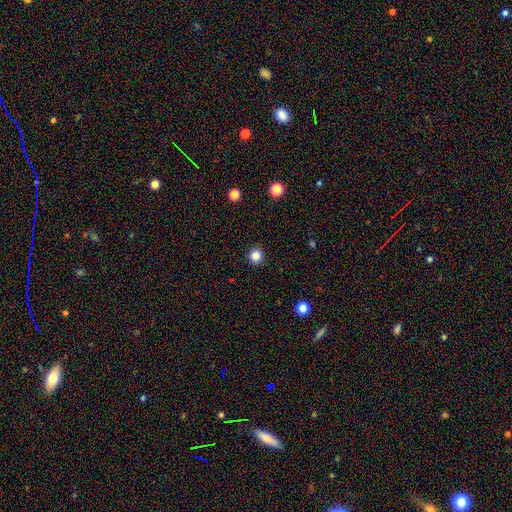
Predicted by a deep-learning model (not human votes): smooth 84%, star or artifact 12%, featured or disk 4%. Down the decision tree: how rounded — round (93%); merging — none (92%).